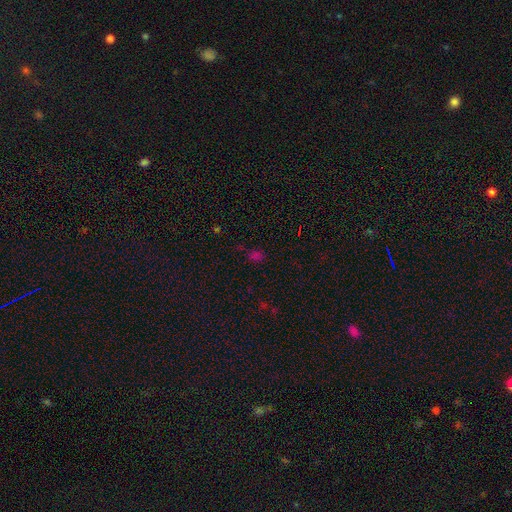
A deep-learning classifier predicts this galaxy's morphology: smooth 59%, star or artifact 35%, featured or disk 6%. Down the decision tree: how rounded — in between (67%); merging — none (70%).